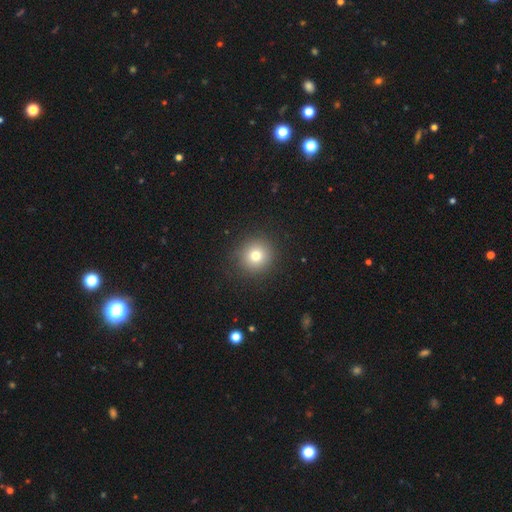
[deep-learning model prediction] Smooth or featured?
  - smooth: 76% *
  - star or artifact: 14%
  - featured or disk: 10%
How rounded?
  - round: 93% *
  - in between: 6%
  - cigar-shaped: 1%
Merging?
  - none: 90% *
  - minor disturbance: 7%
  - major disturbance: 3%
  - merger: 1%